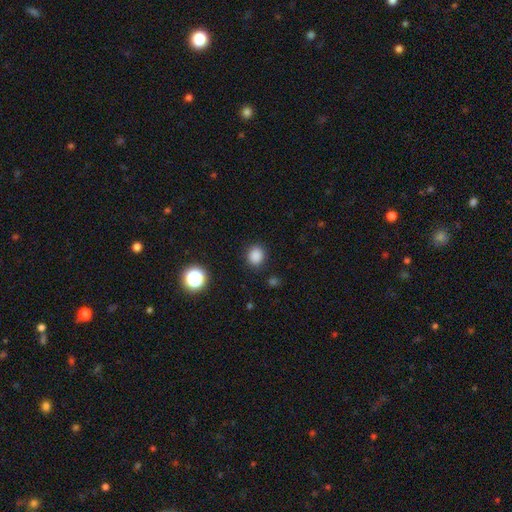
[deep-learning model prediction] Morphology: type=smooth (84%); roundness=round (74%); merging=none (87%).